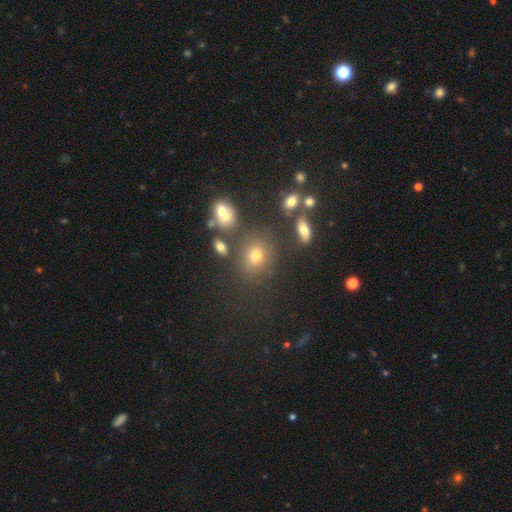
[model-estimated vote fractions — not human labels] A smooth galaxy with no disk features (65%) that is round (64%). Merging: none (72%).